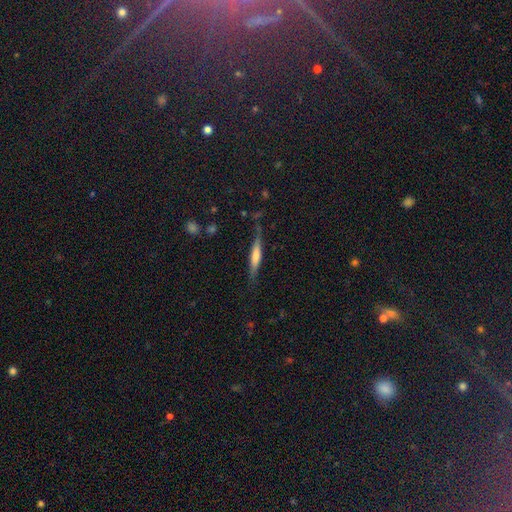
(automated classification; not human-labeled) featured or disk 52%, smooth 41%, star or artifact 7%. Down the decision tree: edge-on disk — yes (94%); merging — none (79%).